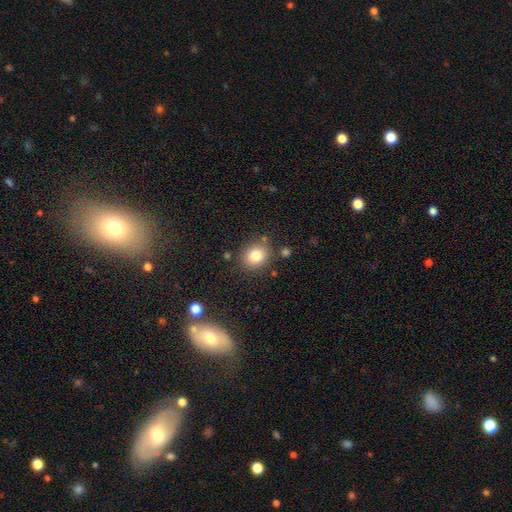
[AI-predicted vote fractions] The model was most divided on "how rounded": round: 73%, in between: 26%, cigar-shaped: 1%. More confident: smooth or featured — smooth (82%); merging — none (81%).